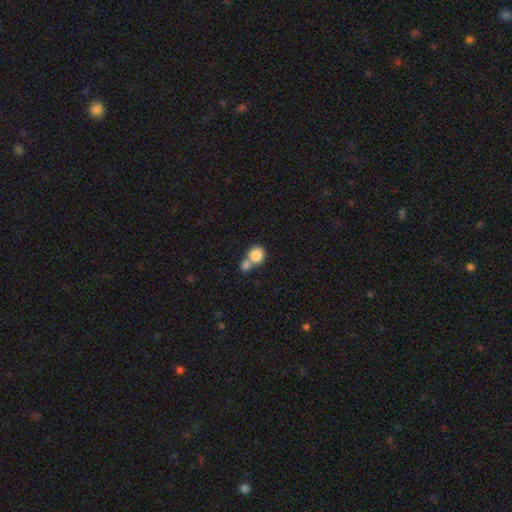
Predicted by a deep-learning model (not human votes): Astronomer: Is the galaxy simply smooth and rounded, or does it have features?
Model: smooth — 82%.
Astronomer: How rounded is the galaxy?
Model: round — 79%.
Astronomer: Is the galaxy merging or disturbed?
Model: merger — 59%.